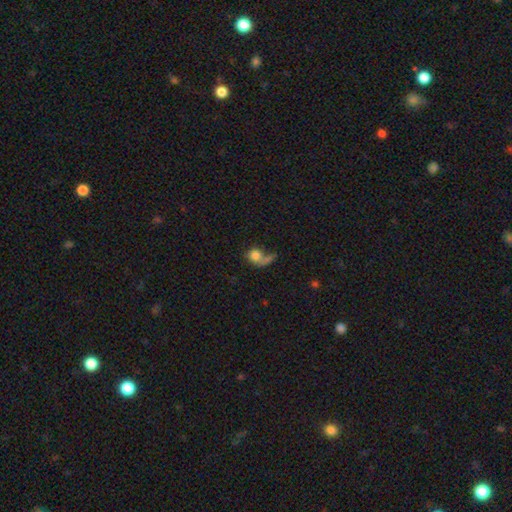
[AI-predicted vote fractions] The model was most divided on "merging": major disturbance: 31%, merger: 29%, none: 27%, minor disturbance: 14%. More confident: smooth or featured — smooth (70%); how rounded — round (64%).